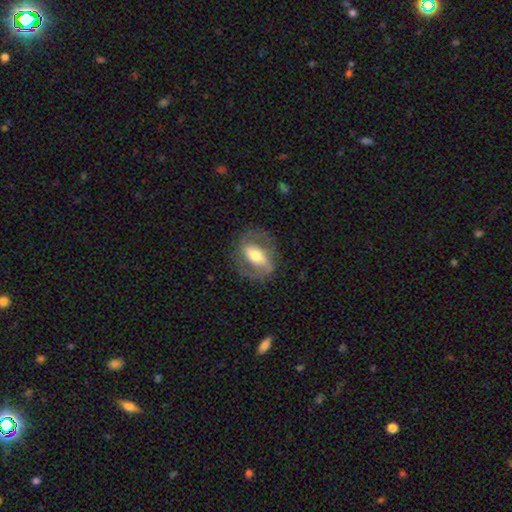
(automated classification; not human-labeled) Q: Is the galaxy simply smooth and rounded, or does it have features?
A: featured or disk — 70%.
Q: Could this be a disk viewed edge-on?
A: no — 93%.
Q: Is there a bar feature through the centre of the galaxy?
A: strong — 44%.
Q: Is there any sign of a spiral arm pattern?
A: yes — 74%.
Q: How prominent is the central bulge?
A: moderate — 66%.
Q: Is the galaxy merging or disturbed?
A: none — 75%.